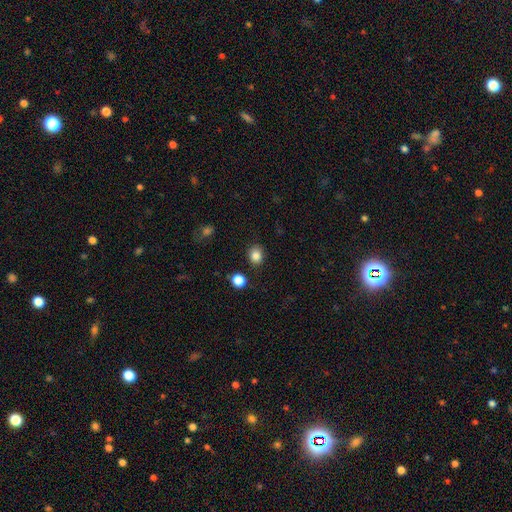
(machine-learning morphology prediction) Smooth or featured?
  - smooth: 85% *
  - star or artifact: 11%
  - featured or disk: 5%
How rounded?
  - round: 64% *
  - in between: 35%
  - cigar-shaped: 1%
Merging?
  - none: 86% *
  - minor disturbance: 9%
  - merger: 3%
  - major disturbance: 3%